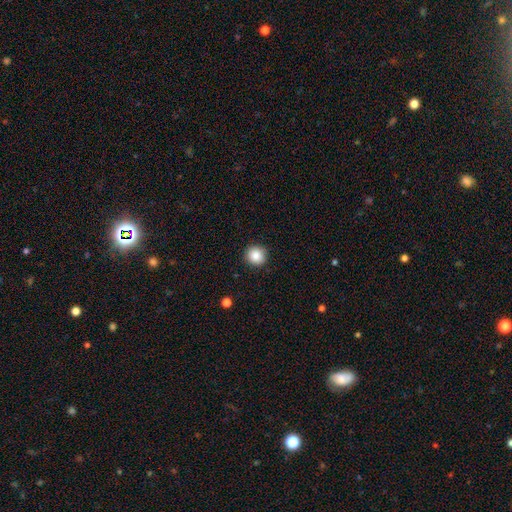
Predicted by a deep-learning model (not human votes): Overall: smooth (86%). How rounded: round (93%). Merging: none (92%).